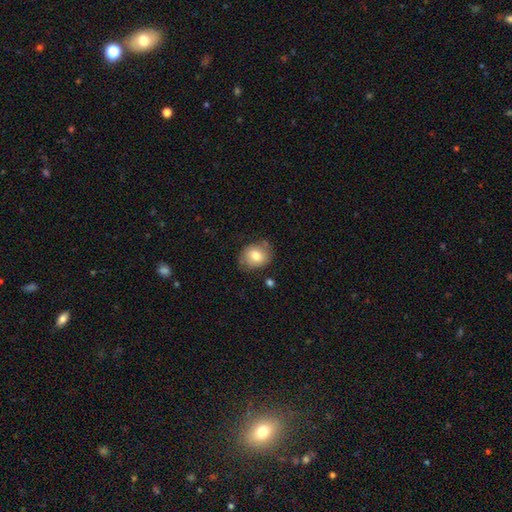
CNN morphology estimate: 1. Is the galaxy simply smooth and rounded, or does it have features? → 76% smooth, 16% featured or disk, 8% star or artifact.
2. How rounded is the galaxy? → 55% round, 45% in between, 1% cigar-shaped.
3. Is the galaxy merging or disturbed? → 71% none, 20% minor disturbance, 5% major disturbance, 4% merger.